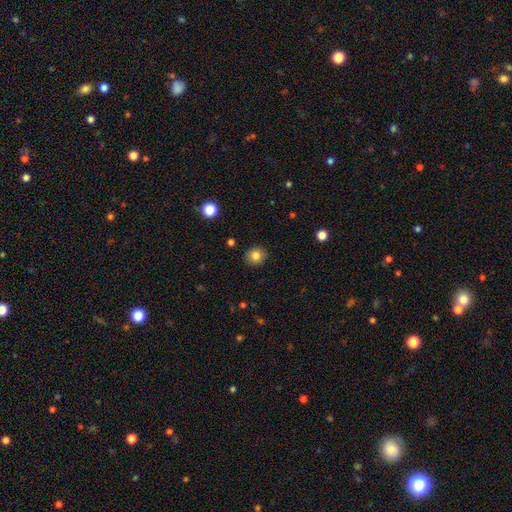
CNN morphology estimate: Smooth or featured? smooth (82%)
How rounded? round (84%)
Merging? none (91%)